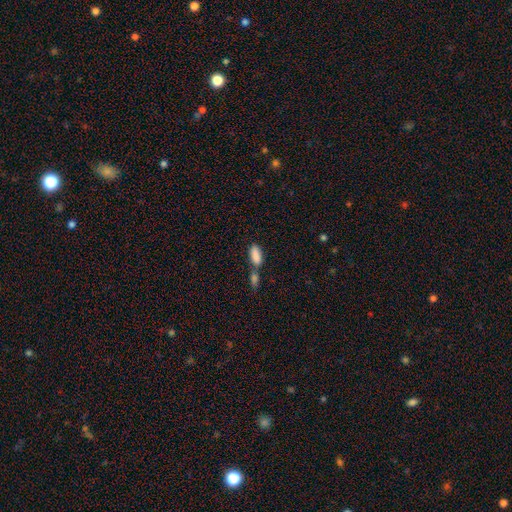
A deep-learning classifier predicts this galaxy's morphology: Overall: smooth (86%). How rounded: in between (84%). Merging: merger (53%; none 33%).